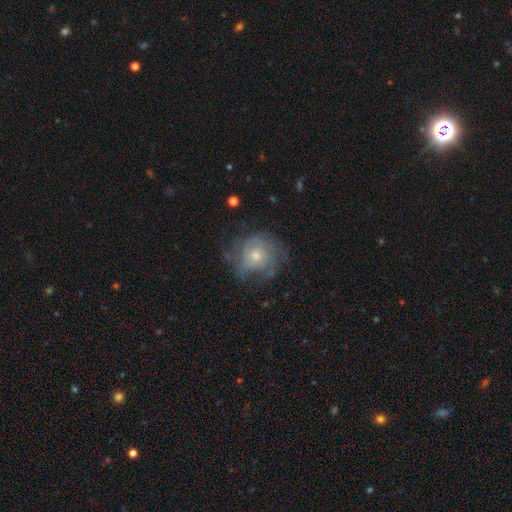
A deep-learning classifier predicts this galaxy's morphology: Smooth or featured? featured or disk (62%)
Edge-on disk? no (97%)
Bar? no (82%)
Spiral arms? yes (75%)
Bulge size? small (56%)
Merging? none (58%)